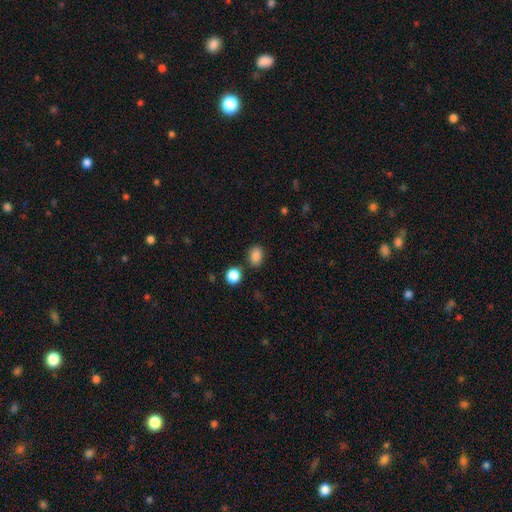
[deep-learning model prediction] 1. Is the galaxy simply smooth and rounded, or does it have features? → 86% smooth, 10% star or artifact, 4% featured or disk.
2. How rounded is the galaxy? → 71% in between, 27% round, 1% cigar-shaped.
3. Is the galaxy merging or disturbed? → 81% none, 11% minor disturbance, 5% merger, 3% major disturbance.